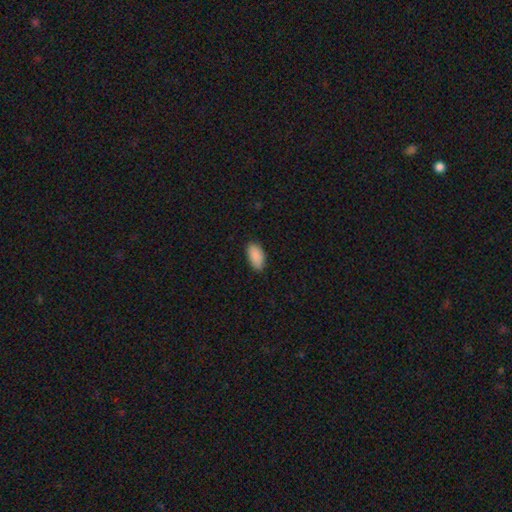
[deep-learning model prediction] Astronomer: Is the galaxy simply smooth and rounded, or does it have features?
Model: smooth — 90%.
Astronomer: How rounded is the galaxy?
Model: in between — 94%.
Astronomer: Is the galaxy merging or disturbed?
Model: none — 84%.